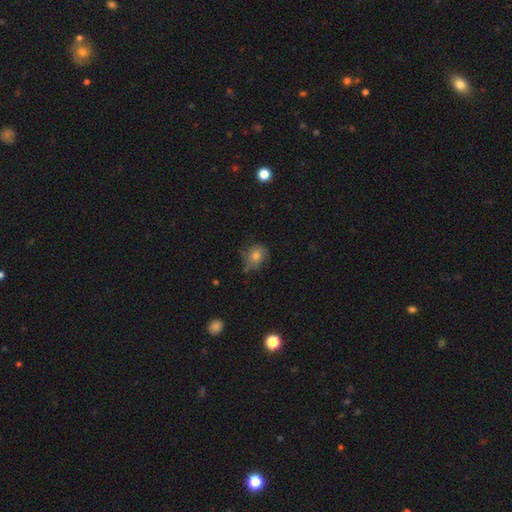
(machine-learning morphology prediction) A smooth galaxy with no disk features (63%) that is round (65%). Merging: none (62%).